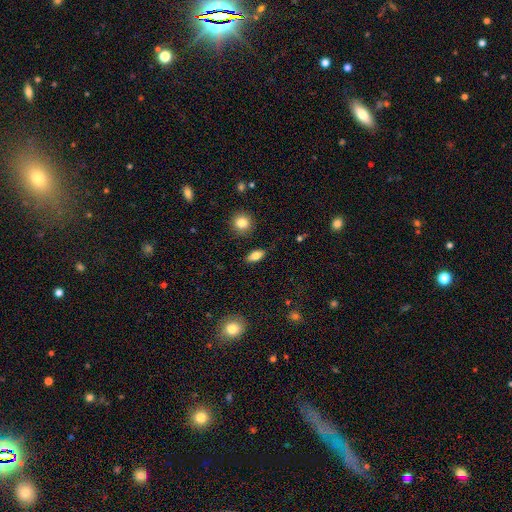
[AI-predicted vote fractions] This is likely a smooth galaxy (78%). How rounded: clearly in between (82%). Merging: clearly none (86%).